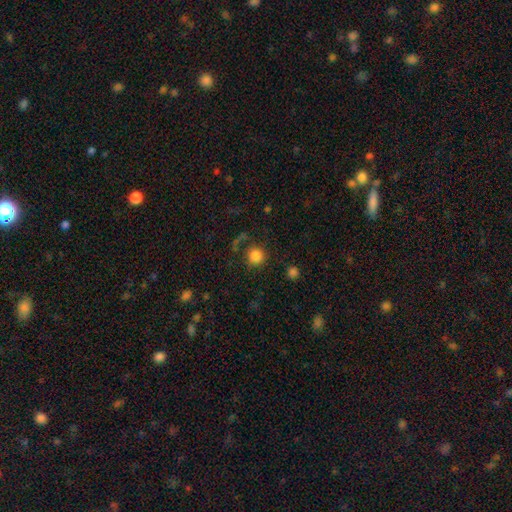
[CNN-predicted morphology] This appears to be a smooth galaxy with no disk features (84%) that is round (93%). Merging: none (79%).